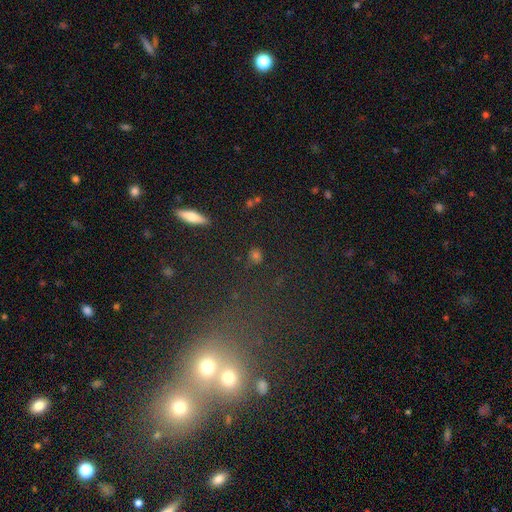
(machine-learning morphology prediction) The model was most divided on "how rounded": round: 54%, in between: 39%, cigar-shaped: 8%. More confident: merging — none (83%); smooth or featured — smooth (66%).